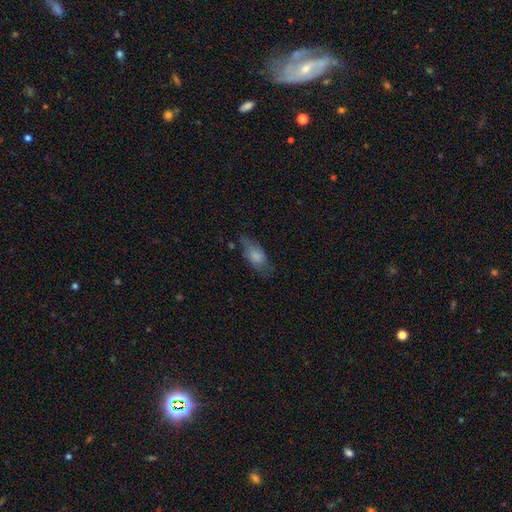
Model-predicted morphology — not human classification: smooth-or-featured: smooth: 74% | featured or disk: 18% | star or artifact: 8%
  how-rounded: in between: 83% | cigar-shaped: 13% | round: 4%
  merging: none: 55% | minor disturbance: 30% | major disturbance: 12% | merger: 3%